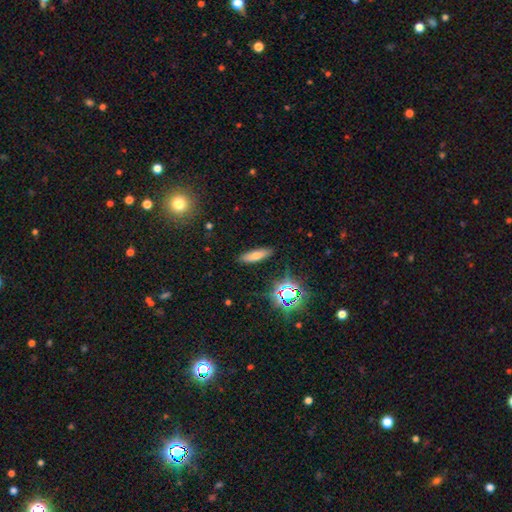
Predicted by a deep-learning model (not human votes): The model was most divided on "how rounded": cigar-shaped: 56%, in between: 41%, round: 4%. More confident: merging — none (87%); smooth or featured — smooth (67%).